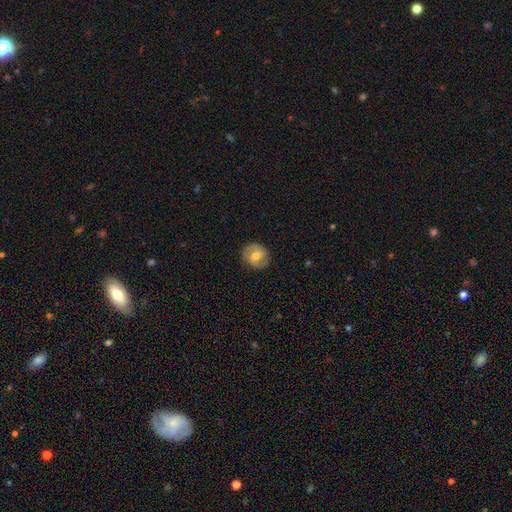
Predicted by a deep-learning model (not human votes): A featured or disk galaxy (58%) with a weak bar (44%), spiral arms (75%) and a moderate central bulge (74%). Merging: none (84%).